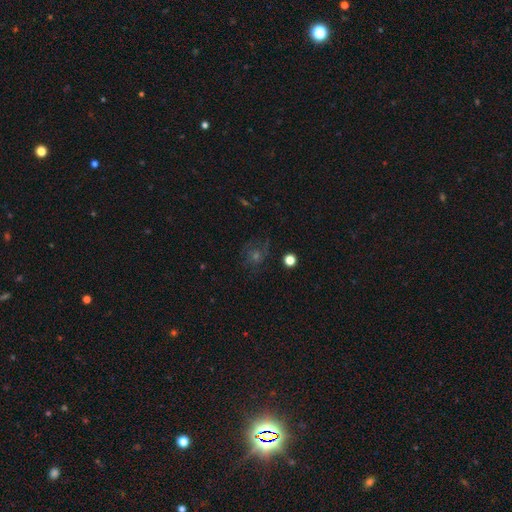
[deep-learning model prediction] A star or artifact, not a galaxy (35%, tied with smooth).